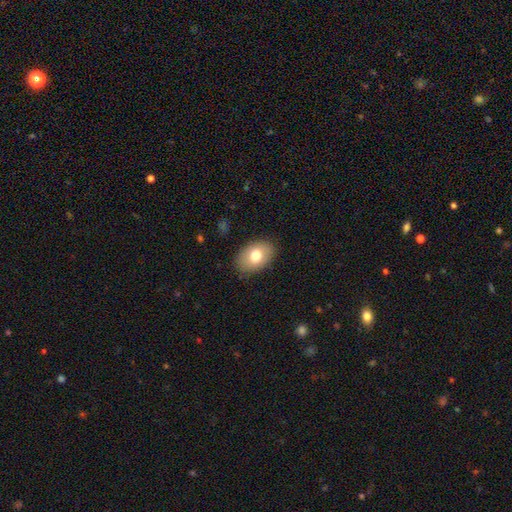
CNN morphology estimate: smooth_or_featured: smooth (p=0.75) [alt: featured or disk p=0.17]
how_rounded: in between (p=0.83) [alt: round p=0.16]
merging: none (p=0.86) [alt: minor disturbance p=0.10]